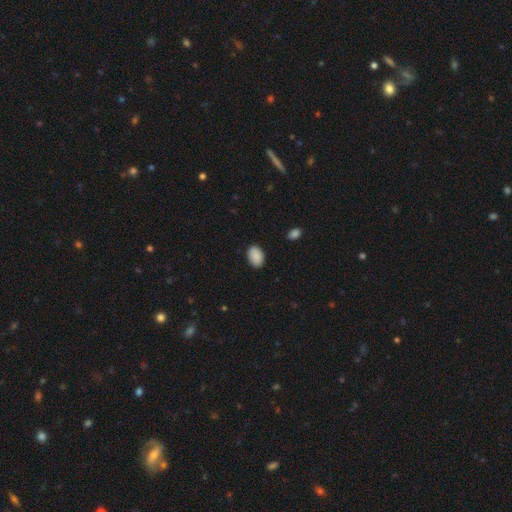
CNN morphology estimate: type=smooth (90%); roundness=in between (85%); merging=none (87%).